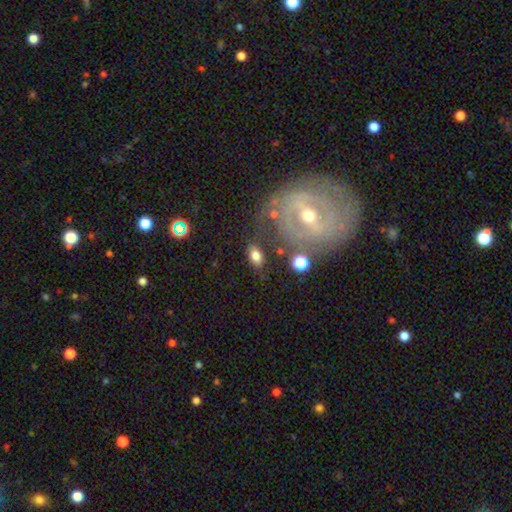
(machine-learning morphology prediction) This appears to be a smooth galaxy with no disk features (72%) that is in between round and cigar-shaped (87%). Merging: none (70%).